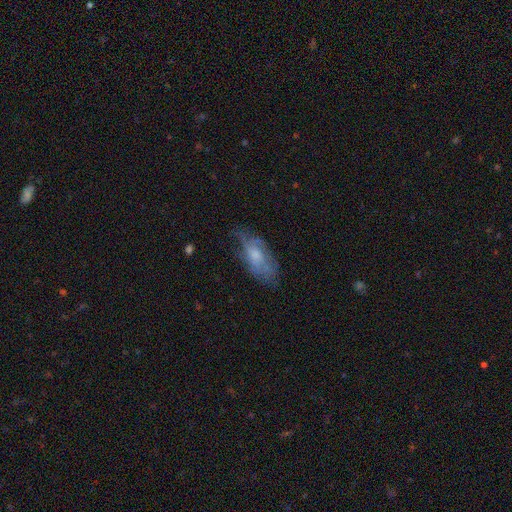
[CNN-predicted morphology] A smooth galaxy with no disk features (47%).

Vote fractions:
- Smooth or featured? smooth: 47% / featured or disk: 45% / star or artifact: 8%
- Merging? none: 50% / minor disturbance: 31% / major disturbance: 16% / merger: 2%